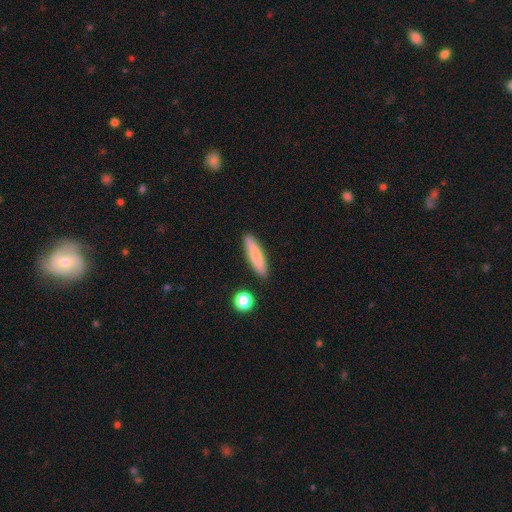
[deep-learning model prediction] smooth_or_featured: smooth (p=0.81) [alt: featured or disk p=0.13]
how_rounded: cigar-shaped (p=0.82) [alt: in between p=0.16]
merging: none (p=0.88) [alt: minor disturbance p=0.08]